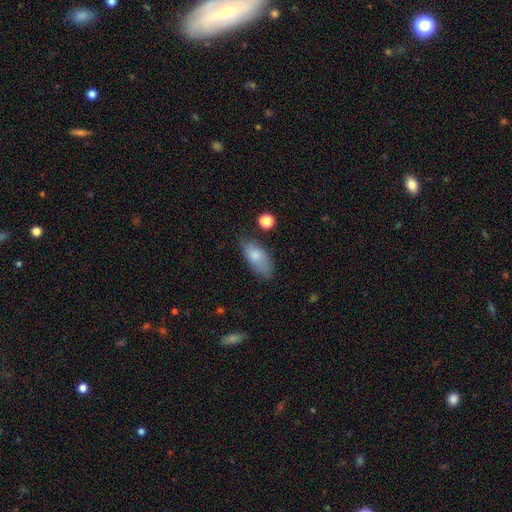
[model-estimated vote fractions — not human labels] Overall: smooth (80%). How rounded: in between (86%). Merging: none (68%).